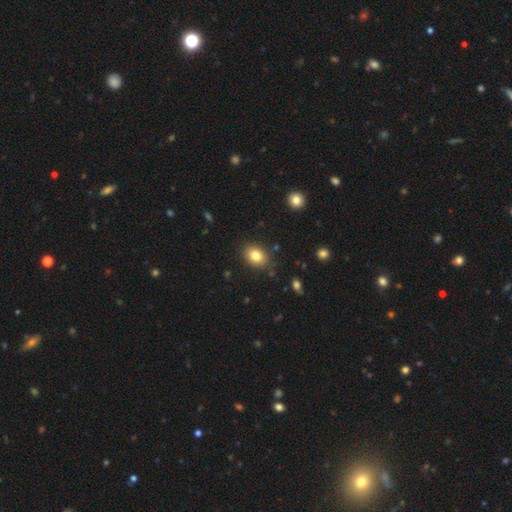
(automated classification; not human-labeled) Overall: smooth (81%). How rounded: in between (68%; round 31%). Merging: none (86%).